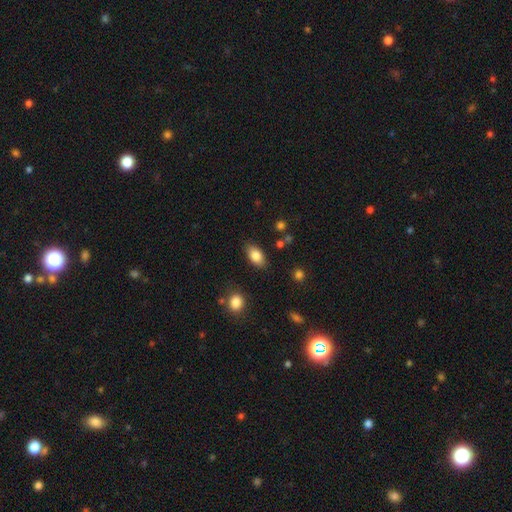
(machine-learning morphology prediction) Smooth or featured? Predicted: smooth (p=0.83). How rounded? Predicted: in between (p=0.90). Merging? Predicted: none (p=0.84).